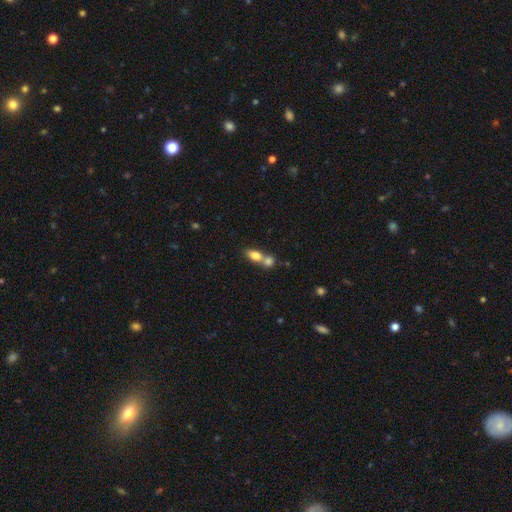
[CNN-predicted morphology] Smooth or featured: smooth — 78% (featured or disk — 13%)
How rounded: in between — 76% (round — 18%)
Merging: merger — 65% (none — 25%)